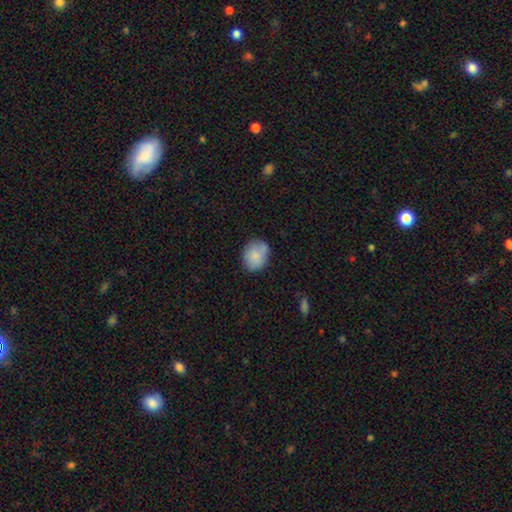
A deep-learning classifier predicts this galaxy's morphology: The model was most divided on "how rounded": round: 57%, in between: 42%, cigar-shaped: 1%. More confident: smooth or featured — smooth (83%); merging — none (73%).